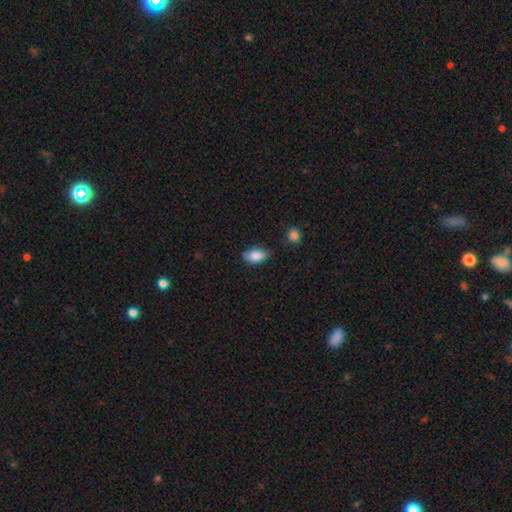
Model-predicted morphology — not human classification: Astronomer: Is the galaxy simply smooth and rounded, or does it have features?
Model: smooth — 85%.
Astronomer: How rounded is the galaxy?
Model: in between — 91%.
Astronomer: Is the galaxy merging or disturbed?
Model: none — 74%.